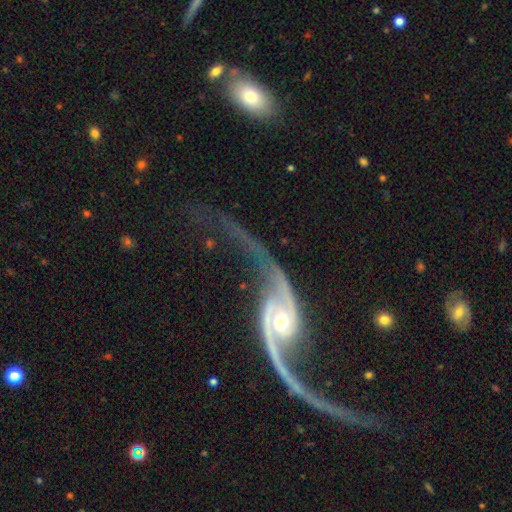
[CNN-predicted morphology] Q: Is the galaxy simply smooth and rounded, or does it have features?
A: featured or disk — 92%.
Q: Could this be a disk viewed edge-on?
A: no — 95%.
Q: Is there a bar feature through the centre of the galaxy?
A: no — 51%.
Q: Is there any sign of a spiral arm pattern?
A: yes — 98%.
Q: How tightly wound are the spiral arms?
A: loose — 86%.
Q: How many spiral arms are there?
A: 2 — 94%.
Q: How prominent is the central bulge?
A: moderate — 51%.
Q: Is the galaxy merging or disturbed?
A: none — 61%.